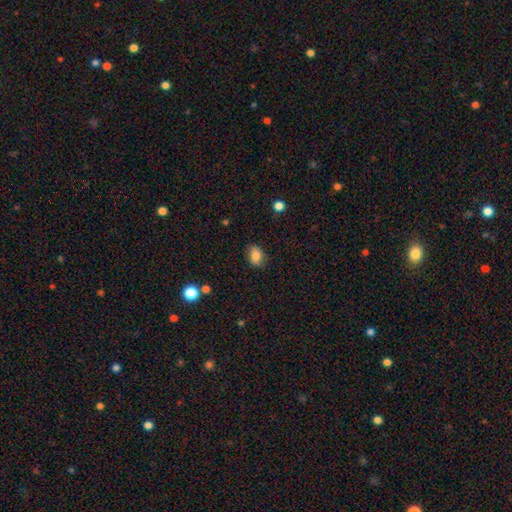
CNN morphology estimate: smooth_or_featured: smooth (p=0.85) [alt: star or artifact p=0.09]
how_rounded: in between (p=0.78) [alt: round p=0.21]
merging: none (p=0.81) [alt: minor disturbance p=0.15]